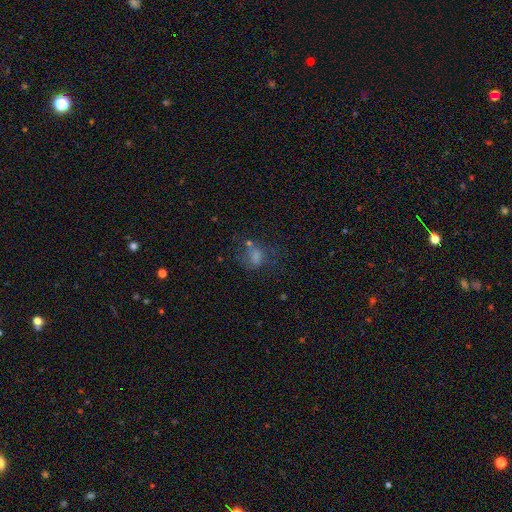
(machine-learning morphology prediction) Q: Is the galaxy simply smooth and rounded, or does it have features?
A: smooth — 49%.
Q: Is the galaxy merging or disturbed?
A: none — 52%.